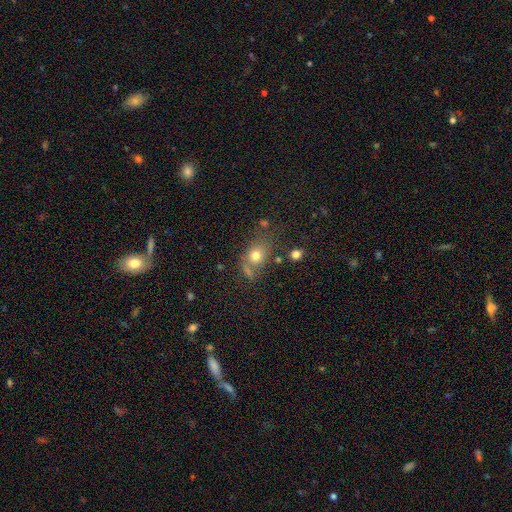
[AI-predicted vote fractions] This appears to be a smooth galaxy with no disk features (73%) that is round (51%). Merging: none (54%).